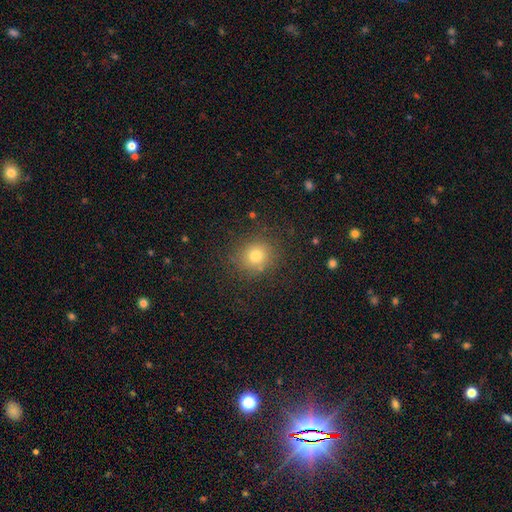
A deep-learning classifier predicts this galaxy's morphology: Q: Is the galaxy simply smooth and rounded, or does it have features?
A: smooth — 77%.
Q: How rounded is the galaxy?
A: round — 86%.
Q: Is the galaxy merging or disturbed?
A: none — 84%.